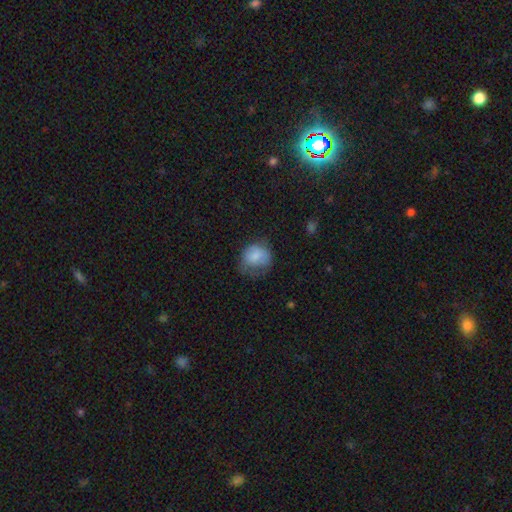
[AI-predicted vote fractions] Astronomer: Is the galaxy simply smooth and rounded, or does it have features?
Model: smooth — 77%.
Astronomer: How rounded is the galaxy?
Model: round — 68%.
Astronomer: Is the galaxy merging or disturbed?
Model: none — 42% (runner-up: minor disturbance, 32%).